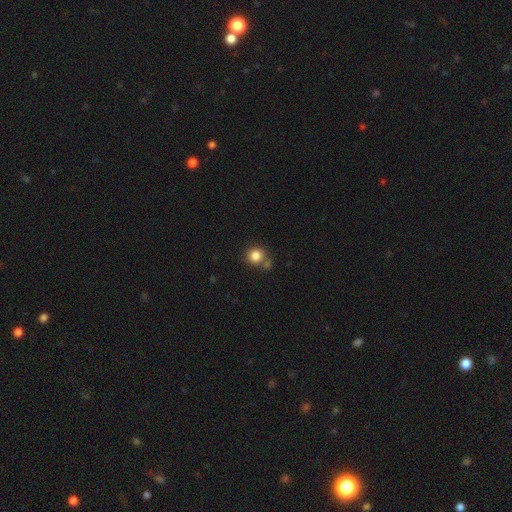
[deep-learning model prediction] smooth 84%, star or artifact 11%, featured or disk 5%. Down the decision tree: how rounded — round (89%); merging — none (65%).